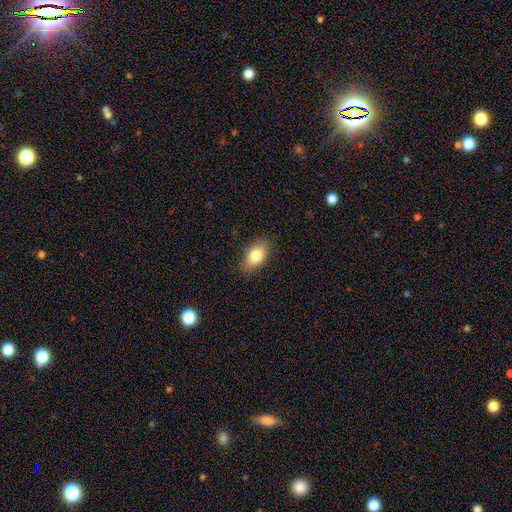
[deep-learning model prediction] This appears to be a smooth galaxy with no disk features (82%) that is in between round and cigar-shaped (90%). Merging: none (86%).